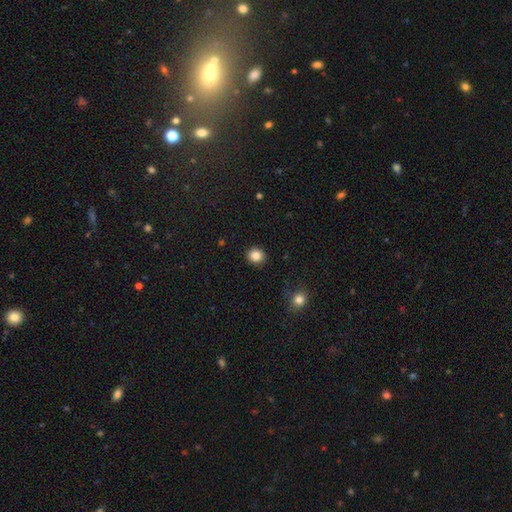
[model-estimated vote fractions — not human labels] Smooth or featured: smooth — 86% (star or artifact — 10%)
How rounded: round — 85% (in between — 14%)
Merging: none — 91% (minor disturbance — 6%)